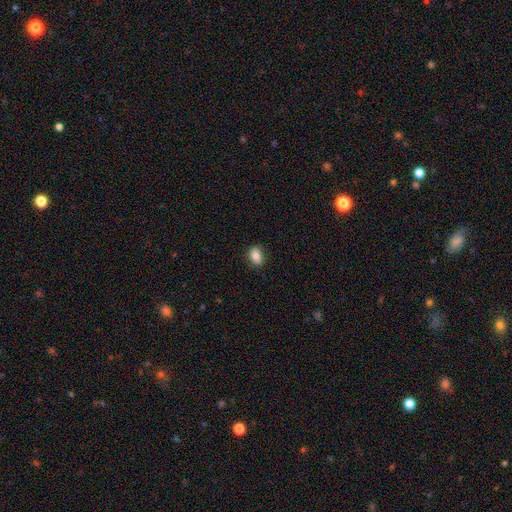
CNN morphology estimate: Overall: smooth (85%). How rounded: in between (79%). Merging: none (85%).